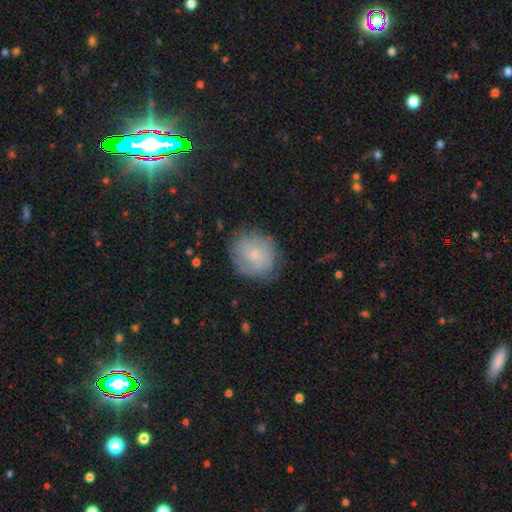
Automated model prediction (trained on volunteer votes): Smooth or featured: featured or disk — 53% (smooth — 39%)
Edge-on disk: no — 97% (yes — 3%)
Bar: no — 75% (weak — 22%)
Spiral arms: yes — 75% (no — 25%)
Bulge size: small — 69% (moderate — 23%)
Merging: none — 73% (minor disturbance — 18%)